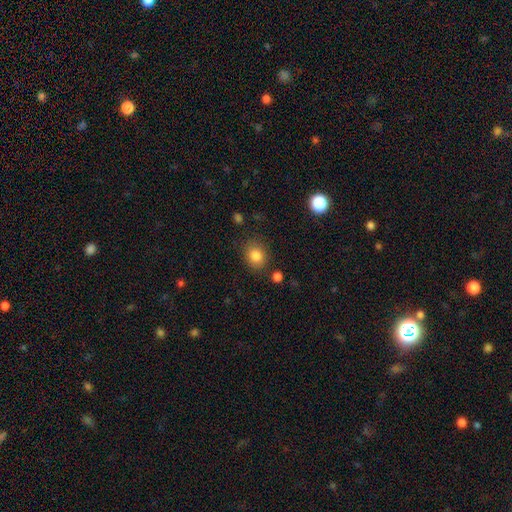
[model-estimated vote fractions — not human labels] A smooth galaxy with no disk features (84%) that is round (60%). Merging: none (81%).